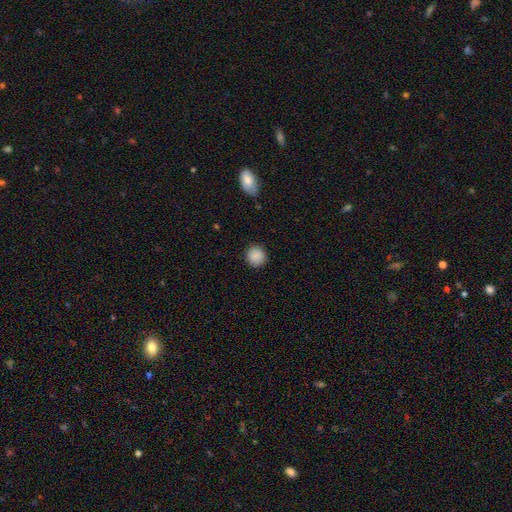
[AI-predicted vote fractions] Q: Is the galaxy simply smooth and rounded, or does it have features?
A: smooth — 89%.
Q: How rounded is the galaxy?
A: round — 90%.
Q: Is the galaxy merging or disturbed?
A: none — 90%.